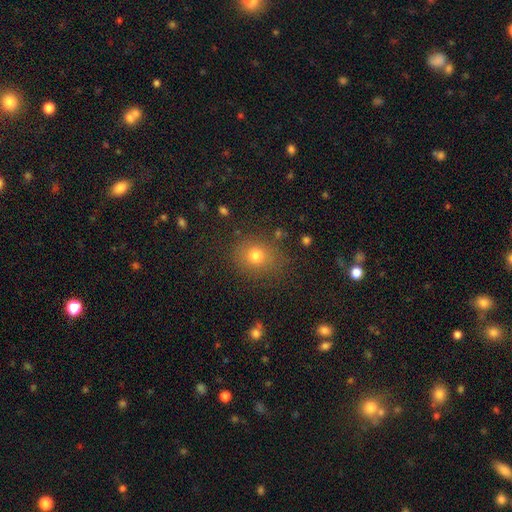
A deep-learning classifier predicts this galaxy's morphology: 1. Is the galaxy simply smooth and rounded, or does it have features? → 75% smooth, 16% star or artifact, 8% featured or disk.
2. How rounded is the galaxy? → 78% round, 21% in between, 1% cigar-shaped.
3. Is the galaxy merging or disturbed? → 80% none, 13% minor disturbance, 5% major disturbance, 3% merger.